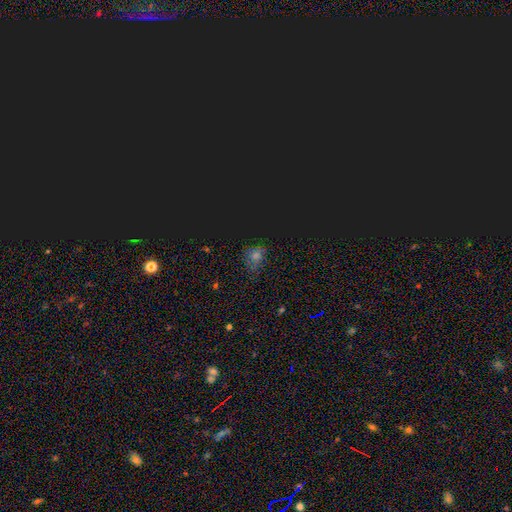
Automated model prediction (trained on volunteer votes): Smooth or featured?
  - star or artifact: 46% *
  - smooth: 43%
  - featured or disk: 11%